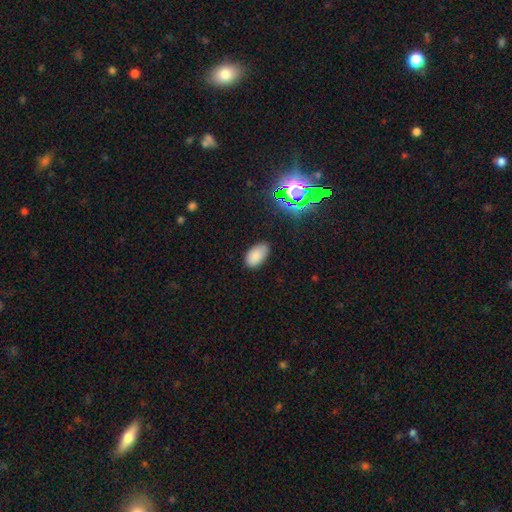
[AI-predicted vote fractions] Q: Smooth or featured?
A: smooth (83%); runner-up: star or artifact (12%)
Q: How rounded?
A: in between (93%); runner-up: round (5%)
Q: Merging?
A: none (78%); runner-up: minor disturbance (17%)